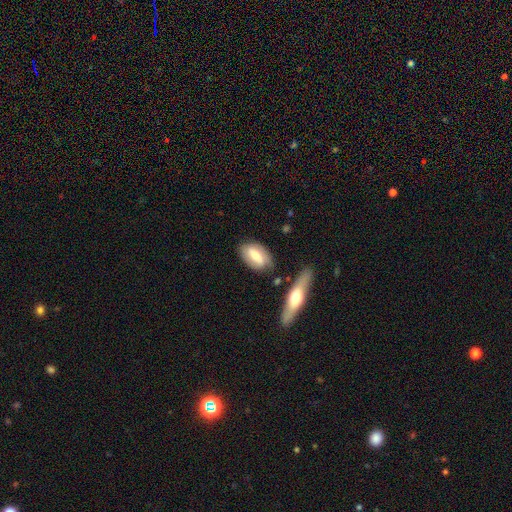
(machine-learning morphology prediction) Smooth or featured?
  - smooth: 59% *
  - featured or disk: 35%
  - star or artifact: 6%
How rounded?
  - in between: 87% *
  - cigar-shaped: 7%
  - round: 6%
Merging?
  - none: 75% *
  - minor disturbance: 16%
  - merger: 5%
  - major disturbance: 4%